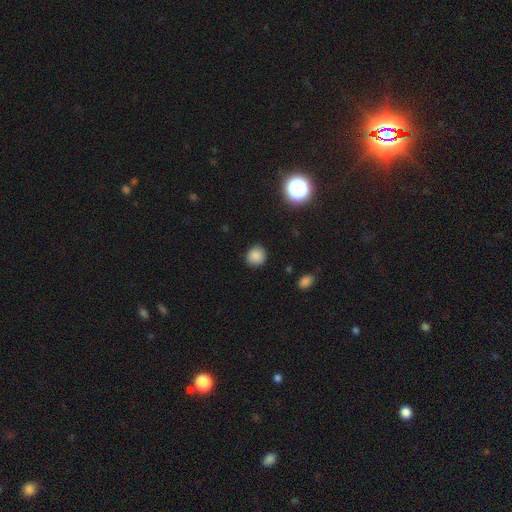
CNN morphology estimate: Q: Smooth or featured?
A: smooth (85%); runner-up: star or artifact (11%)
Q: How rounded?
A: round (85%); runner-up: in between (14%)
Q: Merging?
A: none (88%); runner-up: minor disturbance (9%)